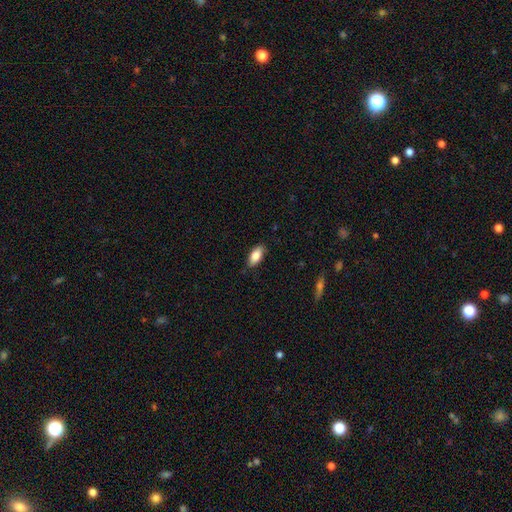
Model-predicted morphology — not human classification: smooth-or-featured: smooth: 83% | featured or disk: 11% | star or artifact: 6%
  how-rounded: in between: 88% | cigar-shaped: 10% | round: 2%
  merging: none: 85% | minor disturbance: 12% | major disturbance: 2% | merger: 1%